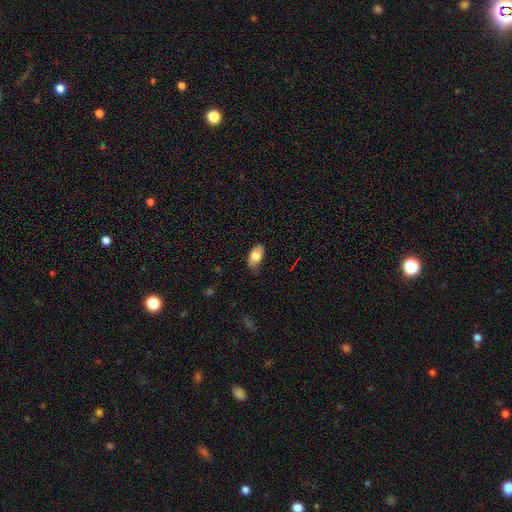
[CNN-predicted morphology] type=smooth (79%); roundness=in between (93%); merging=none (64%).